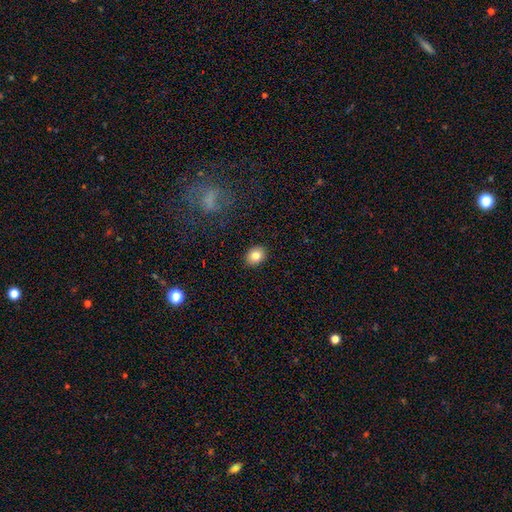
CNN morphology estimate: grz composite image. It shows a smooth galaxy with no disk features (82%) that is round (51%). Merging: none (91%).